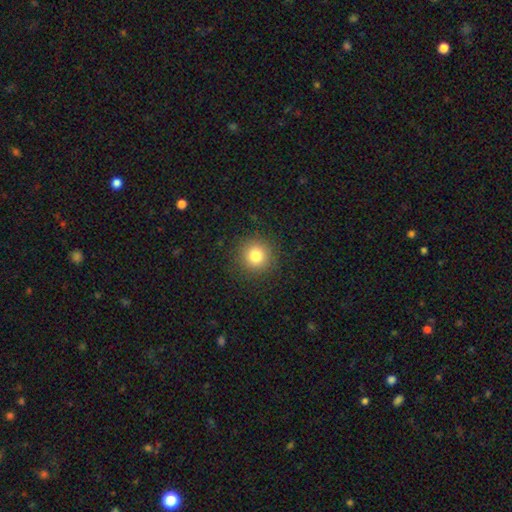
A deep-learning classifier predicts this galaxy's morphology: smooth 81%, star or artifact 12%, featured or disk 7%. Down the decision tree: how rounded — round (93%); merging — none (90%).